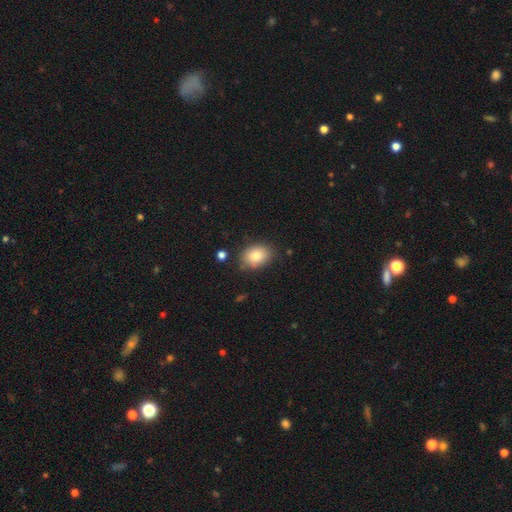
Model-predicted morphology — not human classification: This appears to be a smooth galaxy with no disk features (84%) that is in between round and cigar-shaped (72%). Merging: none (81%).